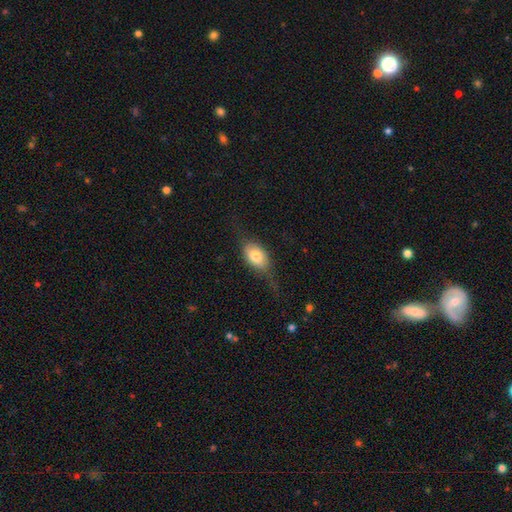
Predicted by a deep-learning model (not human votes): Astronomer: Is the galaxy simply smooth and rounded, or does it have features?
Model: smooth — 67%.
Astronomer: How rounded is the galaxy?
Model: in between — 83%.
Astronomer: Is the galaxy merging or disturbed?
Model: none — 58%.